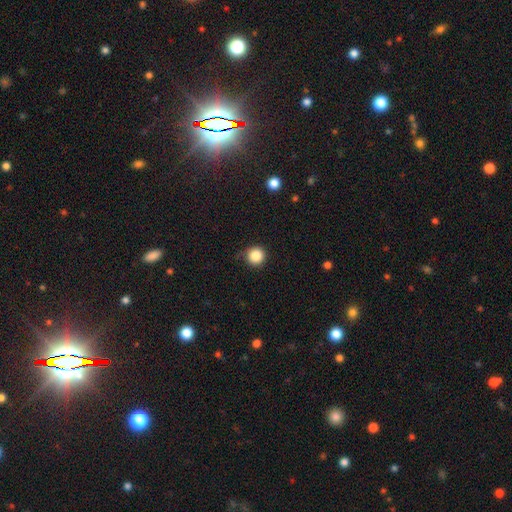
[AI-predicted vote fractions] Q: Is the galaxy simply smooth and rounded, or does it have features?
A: smooth — 86%.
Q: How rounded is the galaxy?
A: round — 95%.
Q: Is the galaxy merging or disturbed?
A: none — 82%.